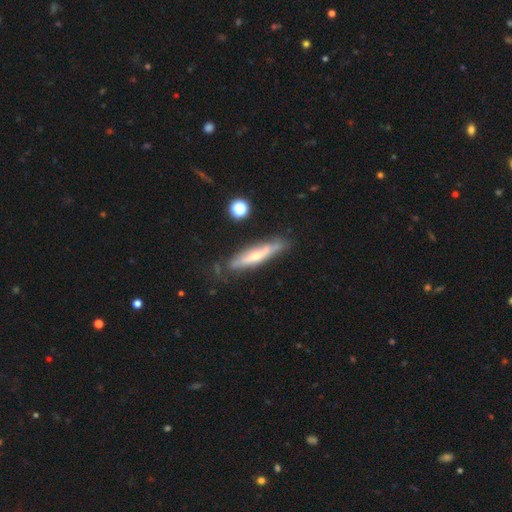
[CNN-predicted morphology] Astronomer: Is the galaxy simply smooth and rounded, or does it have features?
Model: featured or disk — 57% (runner-up: smooth, 37%).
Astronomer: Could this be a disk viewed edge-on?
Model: yes — 73%.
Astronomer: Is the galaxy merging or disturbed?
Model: none — 69%.